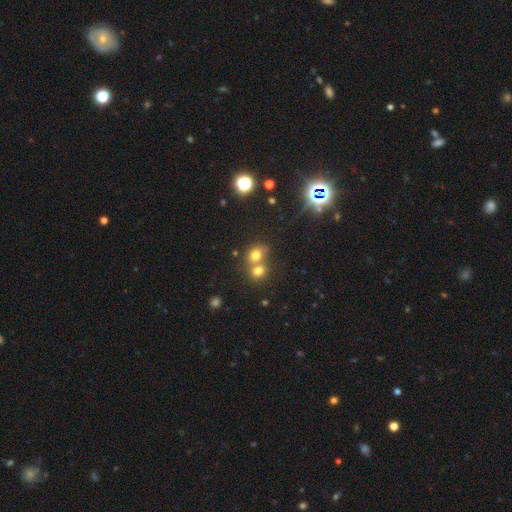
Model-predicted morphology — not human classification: Smooth or featured? smooth (70%)
How rounded? round (72%)
Merging? merger (54%)